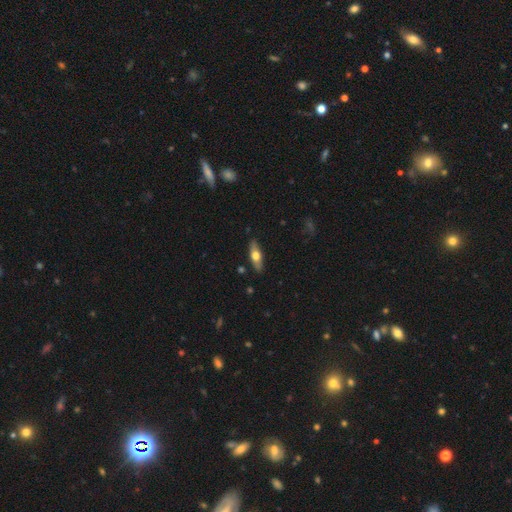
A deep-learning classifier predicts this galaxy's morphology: smooth 49%, featured or disk 45%, star or artifact 6%. Down the decision tree: merging — none (88%).